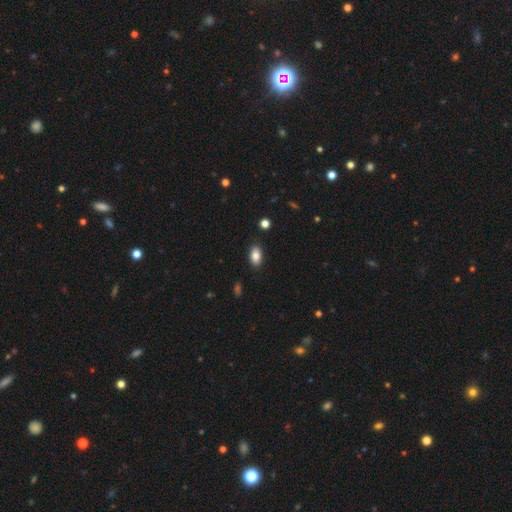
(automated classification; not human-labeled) Q: Smooth or featured?
A: smooth (83%); runner-up: featured or disk (9%)
Q: How rounded?
A: in between (91%); runner-up: round (6%)
Q: Merging?
A: none (87%); runner-up: minor disturbance (10%)